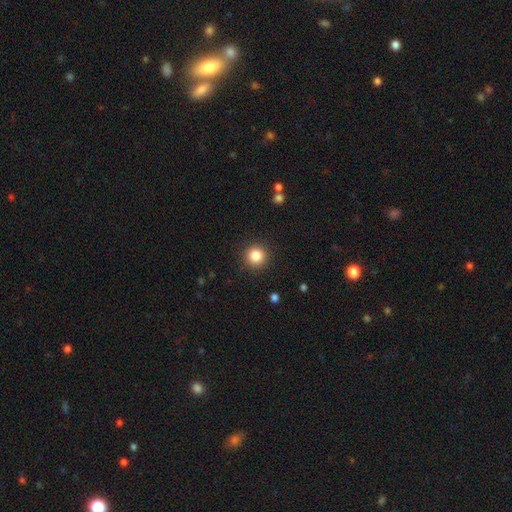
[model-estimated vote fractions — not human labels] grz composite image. It shows a smooth galaxy with no disk features (84%) that is round (94%). Merging: none (91%).